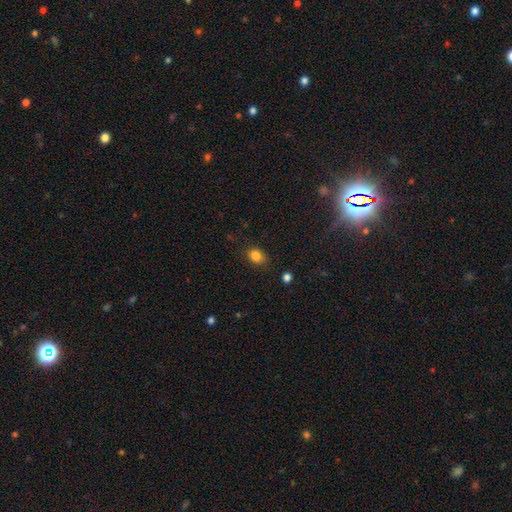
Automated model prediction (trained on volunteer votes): Q: Smooth or featured?
A: smooth (84%); runner-up: star or artifact (11%)
Q: How rounded?
A: in between (61%); runner-up: round (38%)
Q: Merging?
A: none (81%); runner-up: minor disturbance (14%)